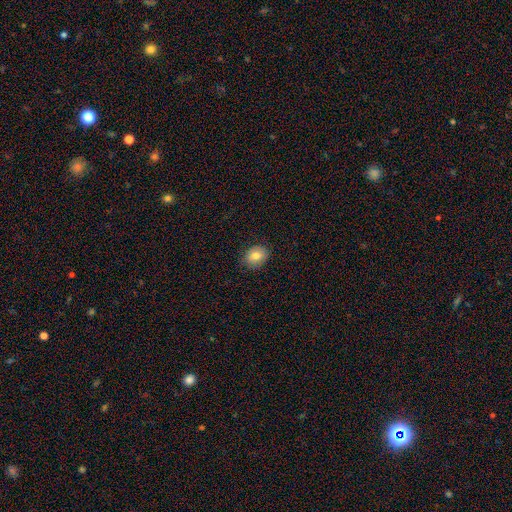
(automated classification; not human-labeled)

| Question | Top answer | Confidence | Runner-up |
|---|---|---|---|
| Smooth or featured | smooth | 80% | featured or disk (11%) |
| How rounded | in between | 52% | round (47%) |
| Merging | none | 86% | minor disturbance (10%) |